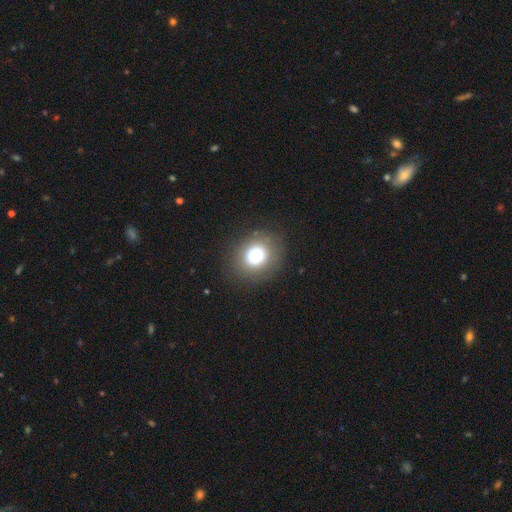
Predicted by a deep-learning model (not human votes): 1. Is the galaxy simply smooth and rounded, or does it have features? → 75% smooth, 13% featured or disk, 12% star or artifact.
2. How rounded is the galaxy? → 72% round, 28% in between, 1% cigar-shaped.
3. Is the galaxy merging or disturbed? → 86% none, 8% minor disturbance, 4% major disturbance, 1% merger.